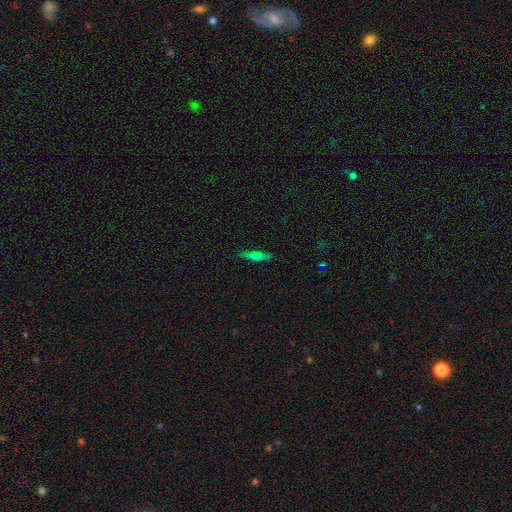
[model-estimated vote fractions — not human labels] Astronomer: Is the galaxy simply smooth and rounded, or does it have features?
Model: smooth — 48% (runner-up: featured or disk, 43%).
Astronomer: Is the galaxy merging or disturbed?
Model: none — 88%.